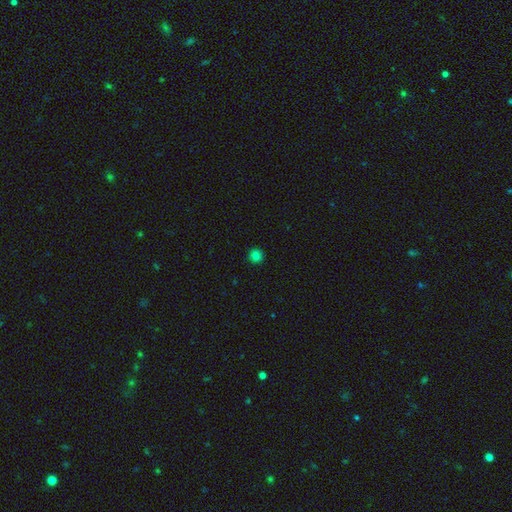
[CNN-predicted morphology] smooth 81%, star or artifact 14%, featured or disk 5%. Down the decision tree: how rounded — round (95%); merging — none (92%).